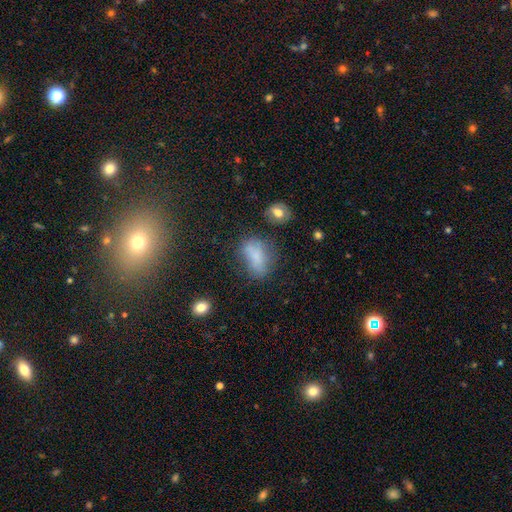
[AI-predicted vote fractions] The model was most divided on "merging": none: 45%, minor disturbance: 29%, major disturbance: 18%, merger: 8%. More confident: how rounded — in between (83%); smooth or featured — smooth (69%).